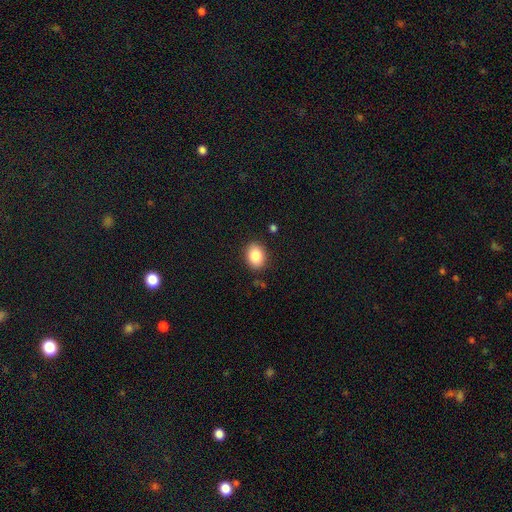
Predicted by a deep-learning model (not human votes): A smooth galaxy with no disk features (86%) that is in between round and cigar-shaped (67%). Merging: none (87%).